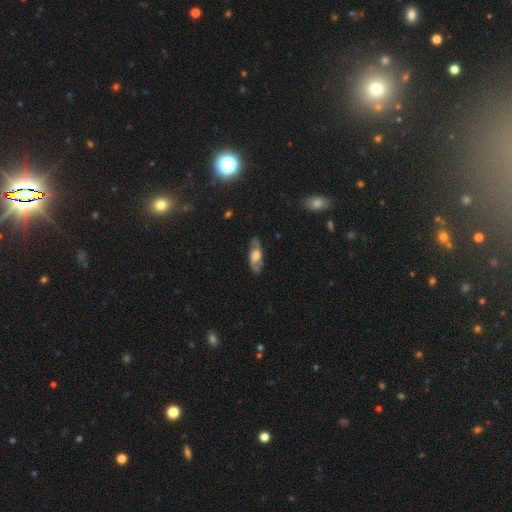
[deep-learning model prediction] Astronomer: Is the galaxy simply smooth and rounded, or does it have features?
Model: featured or disk — 58% (runner-up: smooth, 36%).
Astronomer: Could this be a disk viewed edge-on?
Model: no — 69%.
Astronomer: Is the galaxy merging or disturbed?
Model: none — 79%.